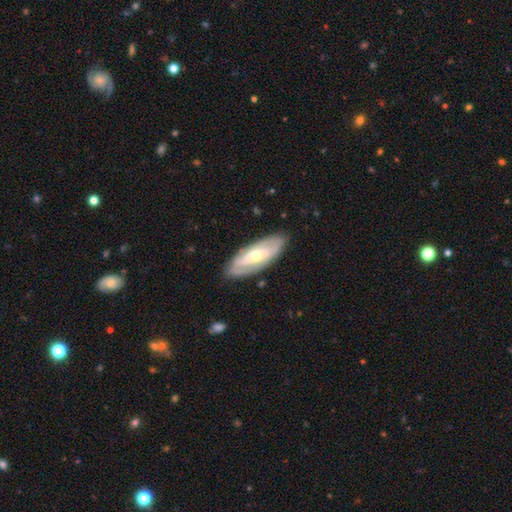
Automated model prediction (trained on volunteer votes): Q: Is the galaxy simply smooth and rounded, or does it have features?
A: featured or disk — 65%.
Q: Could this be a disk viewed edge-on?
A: no — 79%.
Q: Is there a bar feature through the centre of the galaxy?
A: no — 53%.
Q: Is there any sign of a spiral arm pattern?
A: yes — 63%.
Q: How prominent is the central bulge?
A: small — 52%.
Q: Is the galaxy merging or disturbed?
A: none — 82%.